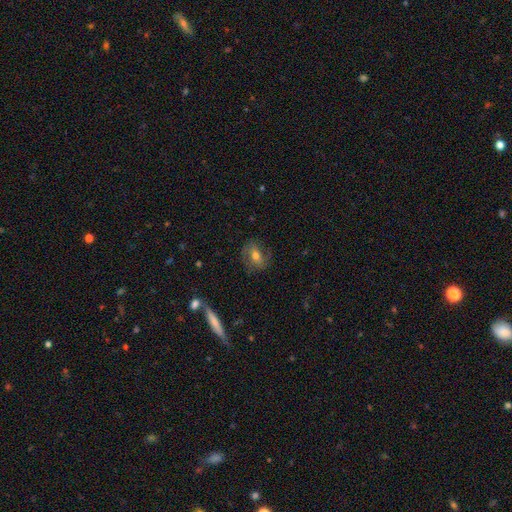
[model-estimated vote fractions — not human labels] Smooth or featured?
  - smooth: 49% *
  - featured or disk: 42%
  - star or artifact: 9%
Merging?
  - none: 75% *
  - minor disturbance: 16%
  - major disturbance: 7%
  - merger: 2%